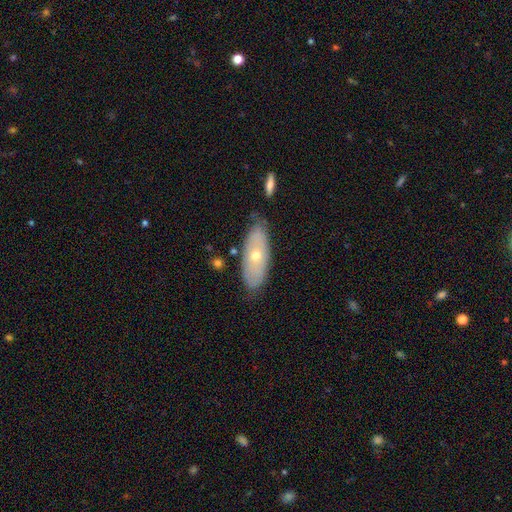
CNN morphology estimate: This appears to be a smooth galaxy with no disk features (49%). Merging: none (71%).